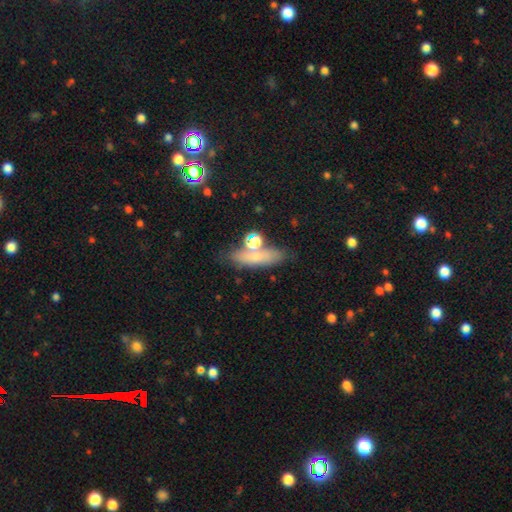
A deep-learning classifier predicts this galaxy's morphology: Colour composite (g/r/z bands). It shows a smooth galaxy with no disk features (67%) that is cigar-shaped (52%). Merging: none (67%).